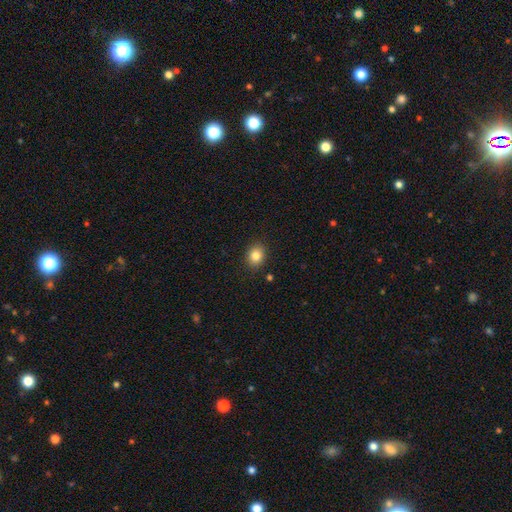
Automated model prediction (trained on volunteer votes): This appears to be a smooth galaxy with no disk features (83%) that is round (57%). Merging: none (88%).